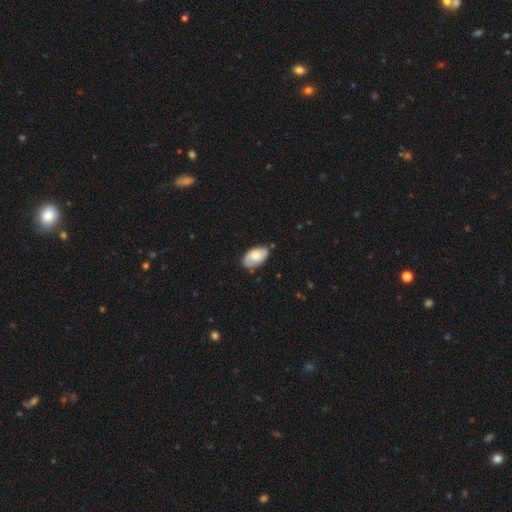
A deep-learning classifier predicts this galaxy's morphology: The model was most divided on "smooth or featured": smooth: 54%, featured or disk: 39%, star or artifact: 7%. More confident: how rounded — in between (94%); merging — none (69%).